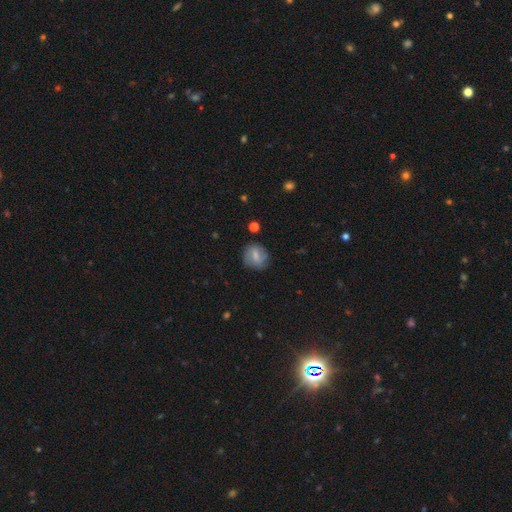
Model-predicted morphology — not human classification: This appears to be a smooth galaxy with no disk features (54%) that is round (71%). Merging: none (72%).